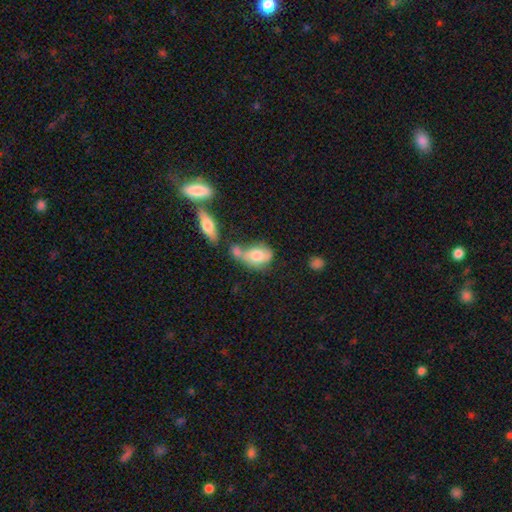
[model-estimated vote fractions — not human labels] smooth-or-featured: smooth: 62% | featured or disk: 31% | star or artifact: 8%
  how-rounded: in between: 80% | round: 17% | cigar-shaped: 3%
  merging: merger: 43% | none: 27% | minor disturbance: 18% | major disturbance: 12%